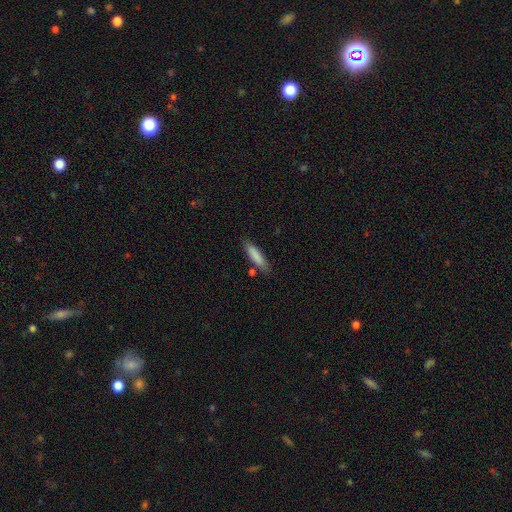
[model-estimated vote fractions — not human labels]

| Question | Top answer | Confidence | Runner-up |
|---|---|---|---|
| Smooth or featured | smooth | 84% | featured or disk (10%) |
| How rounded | cigar-shaped | 76% | in between (23%) |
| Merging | none | 79% | minor disturbance (13%) |